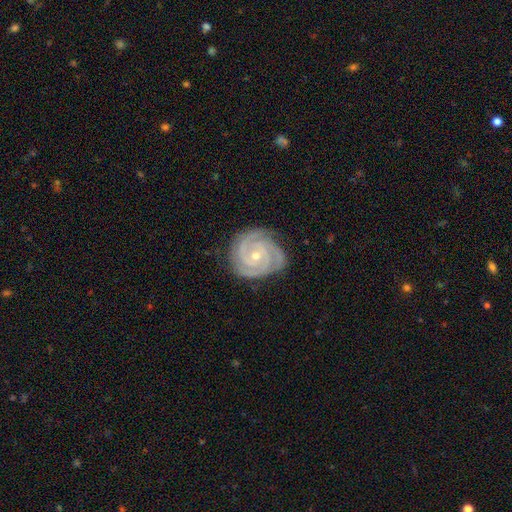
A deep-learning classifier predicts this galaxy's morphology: The model was most divided on "bulge size": small: 64%, moderate: 34%, none: 1%, large: 1%, dominant: 1%. More confident: spiral arms — yes (99%); edge-on disk — no (98%); smooth or featured — featured or disk (93%); spiral winding — tight (83%); merging — none (81%); bar — no (64%); spiral arm count — 3 (54%).